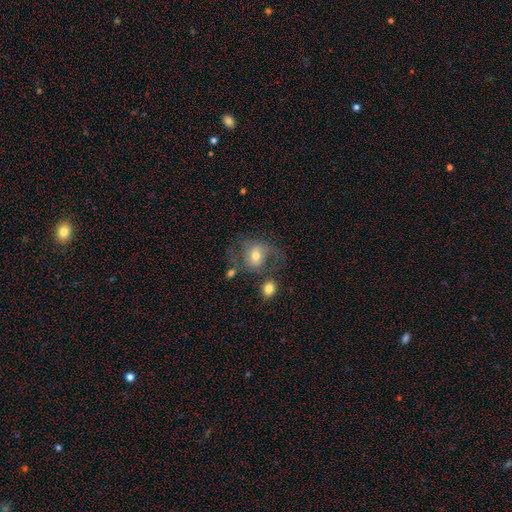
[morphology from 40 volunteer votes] This appears to be a smooth galaxy with no disk features (50%) that is in between round and cigar-shaped (55%). Merging: none (54%).